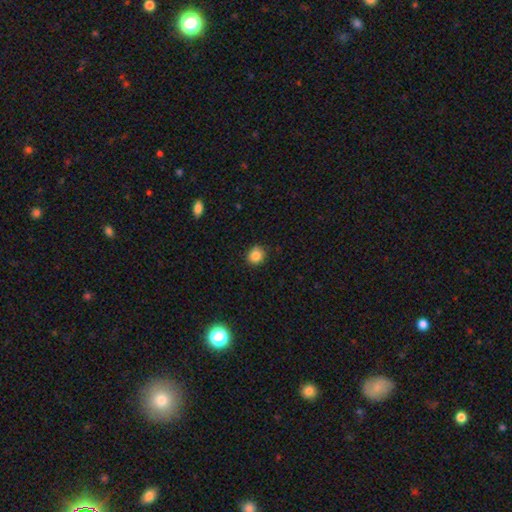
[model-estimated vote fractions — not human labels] This is clearly a smooth galaxy (85%). How rounded: clearly round (81%). Merging: clearly none (85%).